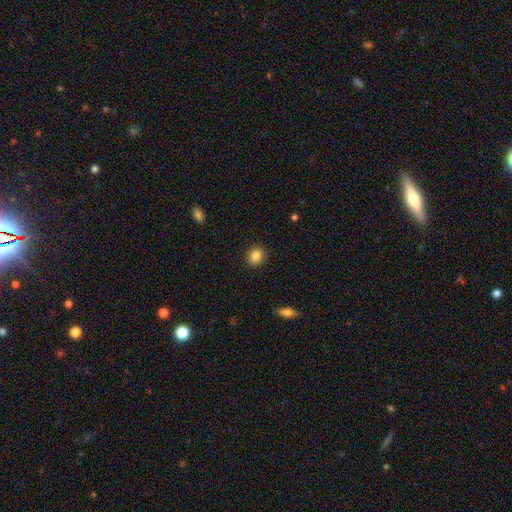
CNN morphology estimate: Smooth or featured?
  - smooth: 84% *
  - star or artifact: 10%
  - featured or disk: 7%
How rounded?
  - round: 64% *
  - in between: 35%
  - cigar-shaped: 1%
Merging?
  - none: 89% *
  - minor disturbance: 8%
  - major disturbance: 2%
  - merger: 1%